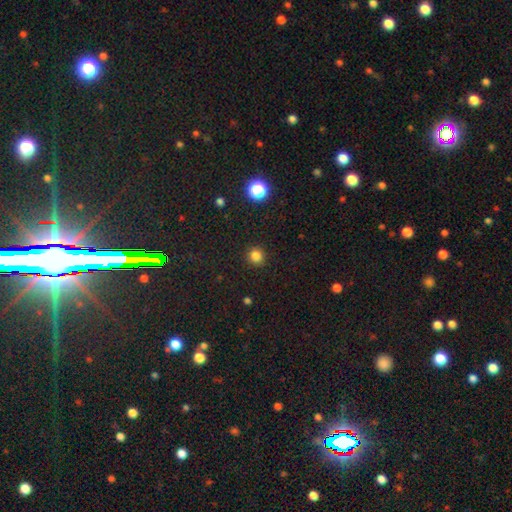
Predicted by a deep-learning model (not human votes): Smooth or featured?
  - smooth: 82% *
  - star or artifact: 14%
  - featured or disk: 4%
How rounded?
  - round: 93% *
  - in between: 6%
  - cigar-shaped: 1%
Merging?
  - none: 92% *
  - minor disturbance: 5%
  - major disturbance: 2%
  - merger: 1%